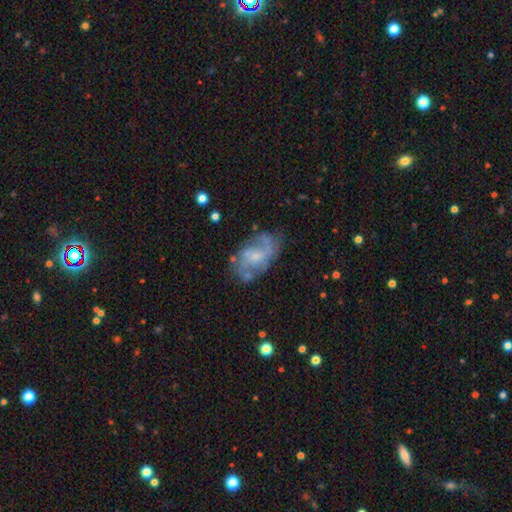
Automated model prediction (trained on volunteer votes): Morphology: type=featured or disk (75%); edge-on=no (96%); bar=no (57%); spiral arms=yes (84%); winding=medium (45%); arm count=2 (56%); bulge=small (53%); merging=none (63%).